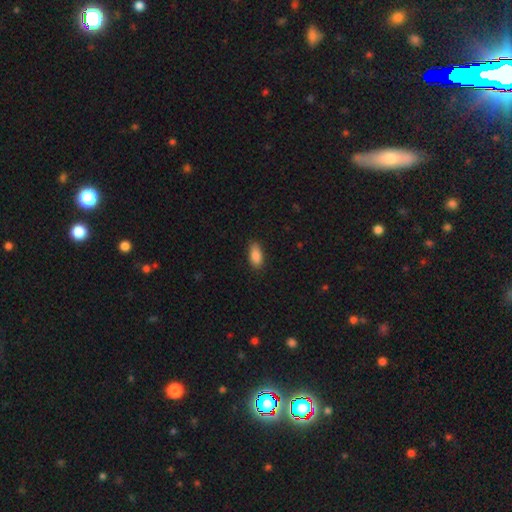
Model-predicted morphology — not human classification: type=smooth (88%); roundness=in between (89%); merging=none (85%).